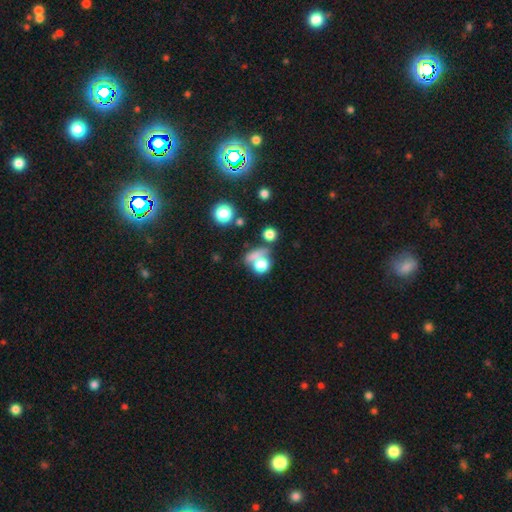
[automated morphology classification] smooth_or_featured: smooth (p=0.66) [alt: star or artifact p=0.19]
how_rounded: round (p=0.70) [alt: in between p=0.25]
merging: none (p=0.43) [alt: merger p=0.31]